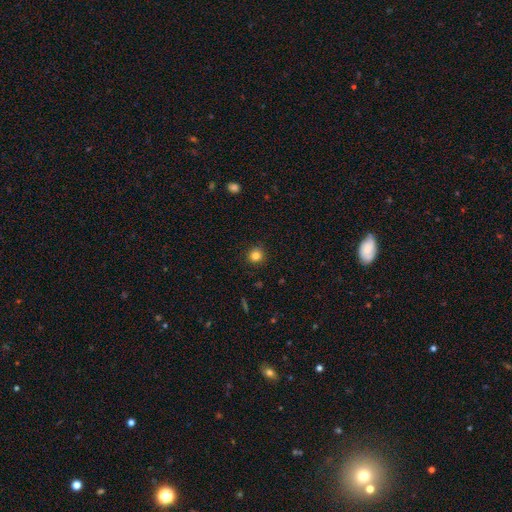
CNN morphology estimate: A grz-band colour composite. It shows a smooth galaxy with no disk features (82%) that is round (92%). Merging: none (90%).